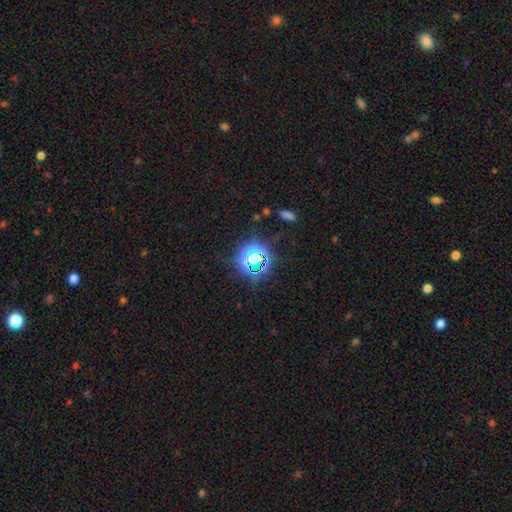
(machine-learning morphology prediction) Smooth or featured?
  - star or artifact: 74% *
  - smooth: 16%
  - featured or disk: 9%